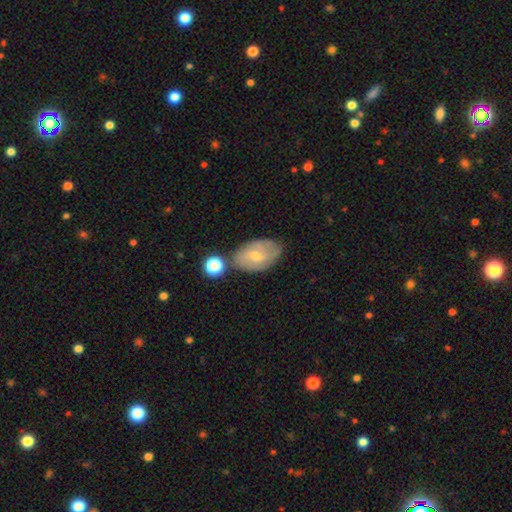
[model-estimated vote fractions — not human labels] smooth-or-featured: featured or disk: 49% | smooth: 42% | star or artifact: 8%
  merging: none: 62% | minor disturbance: 22% | merger: 11% | major disturbance: 6%